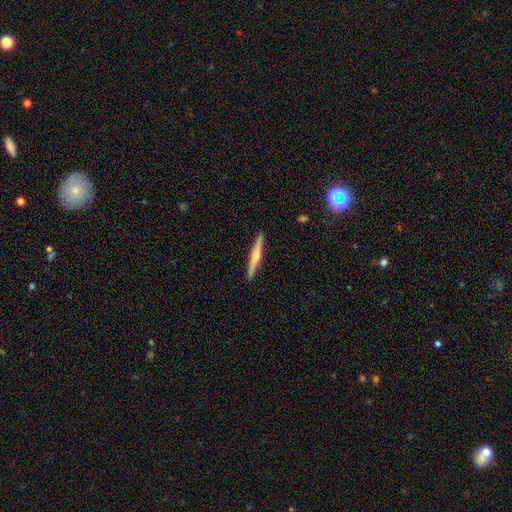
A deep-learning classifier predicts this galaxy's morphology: featured or disk 57%, smooth 38%, star or artifact 5%. Down the decision tree: edge-on disk — yes (98%); edge-on bulge — rounded (78%); merging — none (91%).